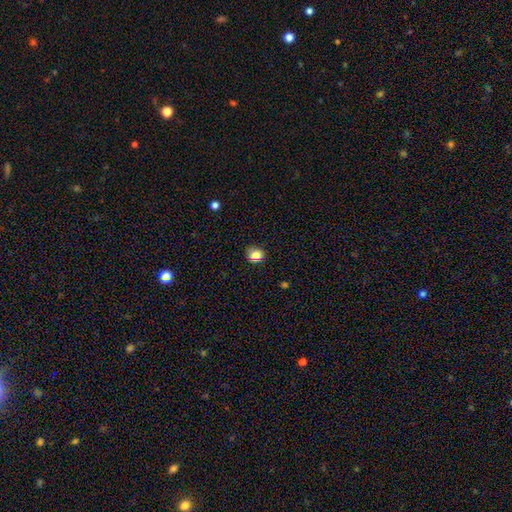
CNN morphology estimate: smooth-or-featured: smooth: 81% | star or artifact: 13% | featured or disk: 6%
  how-rounded: round: 77% | in between: 22% | cigar-shaped: 1%
  merging: none: 84% | minor disturbance: 12% | major disturbance: 3% | merger: 2%